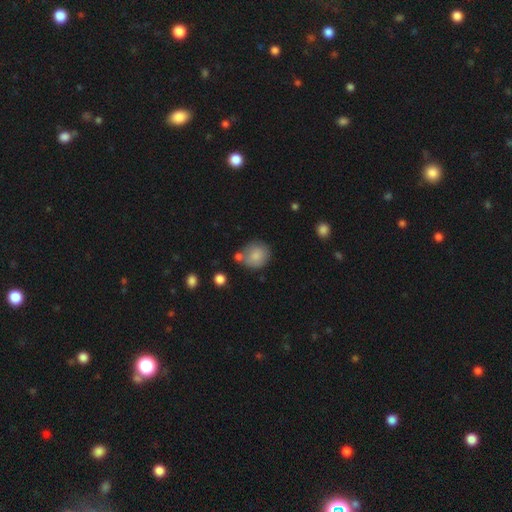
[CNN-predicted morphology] smooth 82%, featured or disk 11%, star or artifact 8%. Down the decision tree: how rounded — round (79%); merging — none (60%).